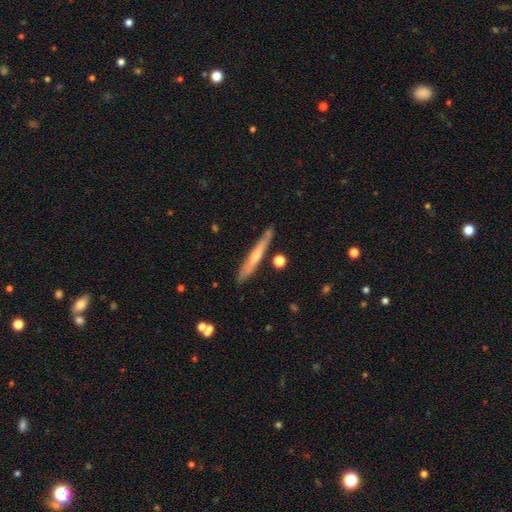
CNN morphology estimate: A featured or disk galaxy (56%) viewed edge-on (93%) with a rounded central bulge (66%).

Vote fractions:
- Smooth or featured? featured or disk: 56% / smooth: 38% / star or artifact: 6%
- Edge-on disk? yes: 93% / no: 7%
- Edge-on bulge? rounded: 66% / none: 32% / boxy: 3%
- Merging? none: 86% / minor disturbance: 10% / merger: 3% / major disturbance: 2%